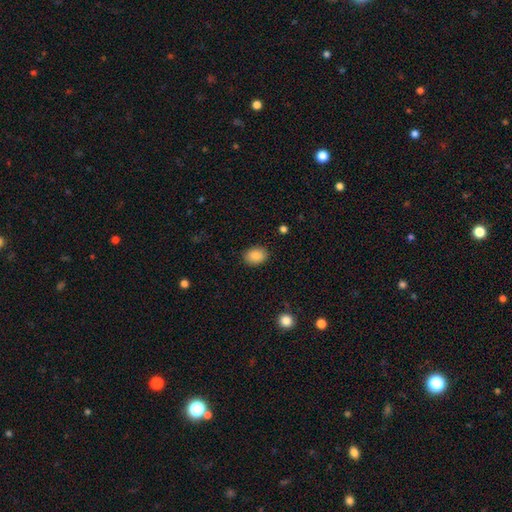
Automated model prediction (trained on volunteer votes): Overall: smooth (87%). How rounded: in between (70%). Merging: none (89%).